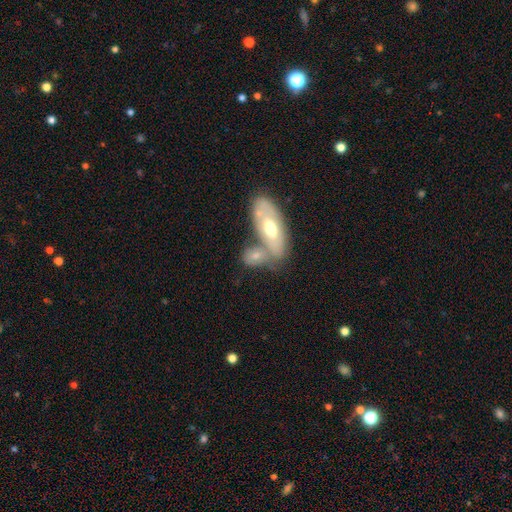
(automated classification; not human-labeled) Smooth or featured? smooth (59%)
How rounded? in between (81%)
Merging? merger (44%)